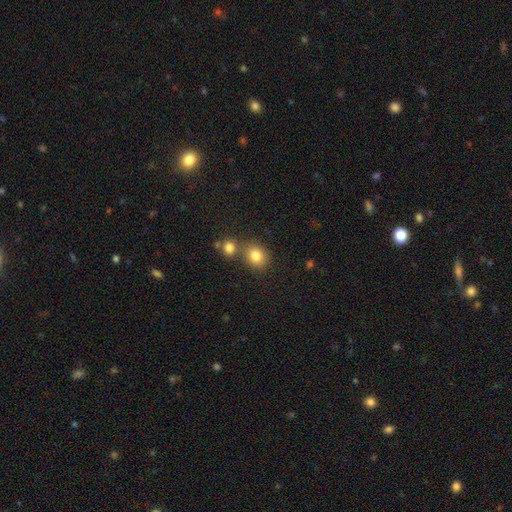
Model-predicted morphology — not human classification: Smooth or featured?
  - smooth: 82% *
  - star or artifact: 11%
  - featured or disk: 7%
How rounded?
  - round: 68% *
  - in between: 31%
  - cigar-shaped: 1%
Merging?
  - none: 59% *
  - merger: 27%
  - minor disturbance: 10%
  - major disturbance: 4%